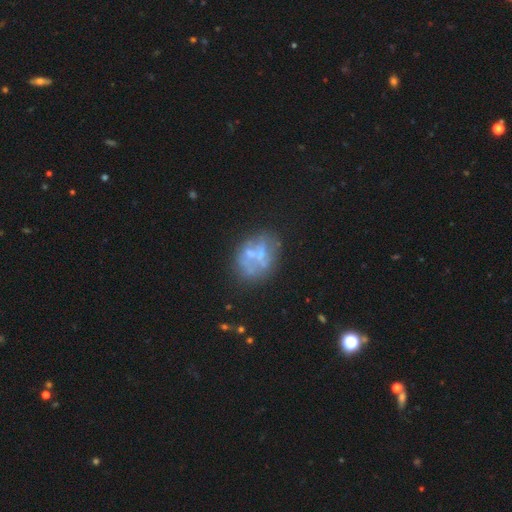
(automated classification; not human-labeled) This is likely a featured or disk galaxy (60%). It is clearly not viewed edge-on (98%). Bar: clearly no (87%). Spiral arm pattern: clearly no (93%). Central bulge: likely none (61%). Merging: possibly none (49%).